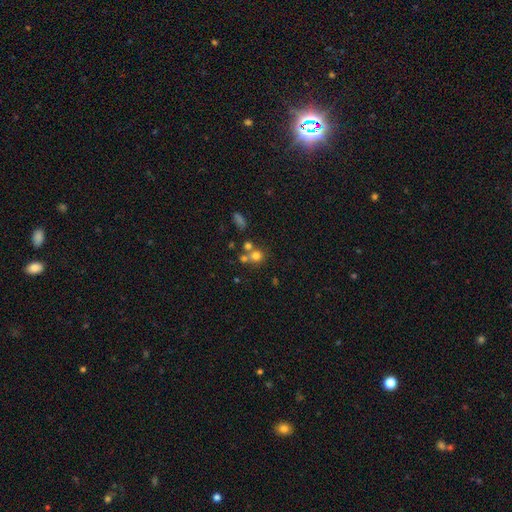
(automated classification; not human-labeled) smooth_or_featured: smooth (p=0.70) [alt: star or artifact p=0.16]
how_rounded: round (p=0.83) [alt: in between p=0.16]
merging: none (p=0.47) [alt: merger p=0.40]